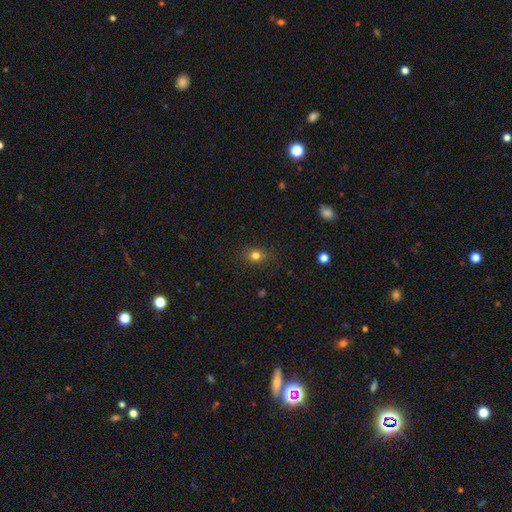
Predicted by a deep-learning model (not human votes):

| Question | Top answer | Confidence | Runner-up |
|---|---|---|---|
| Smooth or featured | smooth | 78% | star or artifact (15%) |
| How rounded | round | 58% | in between (40%) |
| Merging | none | 86% | minor disturbance (10%) |